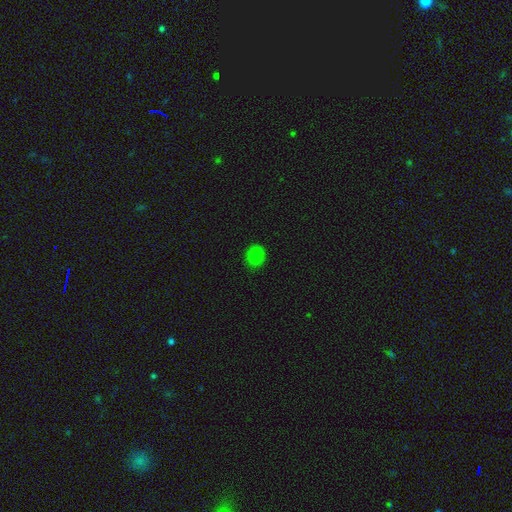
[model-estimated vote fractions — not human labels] smooth-or-featured: smooth: 81% | star or artifact: 16% | featured or disk: 3%
  how-rounded: round: 68% | in between: 31% | cigar-shaped: 1%
  merging: none: 85% | minor disturbance: 11% | major disturbance: 2% | merger: 1%